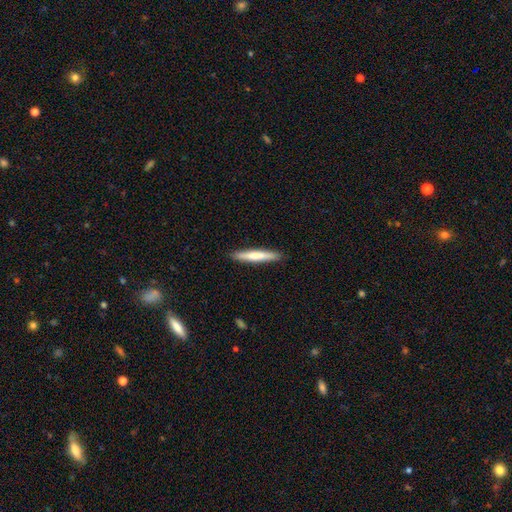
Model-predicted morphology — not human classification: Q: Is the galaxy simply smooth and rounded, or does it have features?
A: smooth — 70%.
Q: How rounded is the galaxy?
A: cigar-shaped — 94%.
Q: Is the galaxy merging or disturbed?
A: none — 90%.